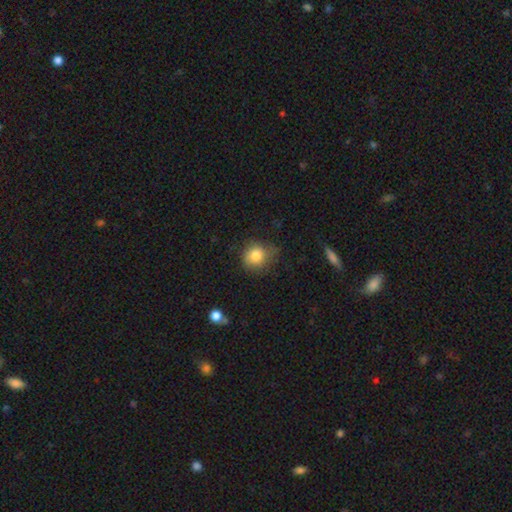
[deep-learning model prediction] Smooth or featured?
  - smooth: 82% *
  - star or artifact: 10%
  - featured or disk: 8%
How rounded?
  - round: 82% *
  - in between: 17%
  - cigar-shaped: 1%
Merging?
  - none: 65% *
  - minor disturbance: 26%
  - major disturbance: 8%
  - merger: 2%